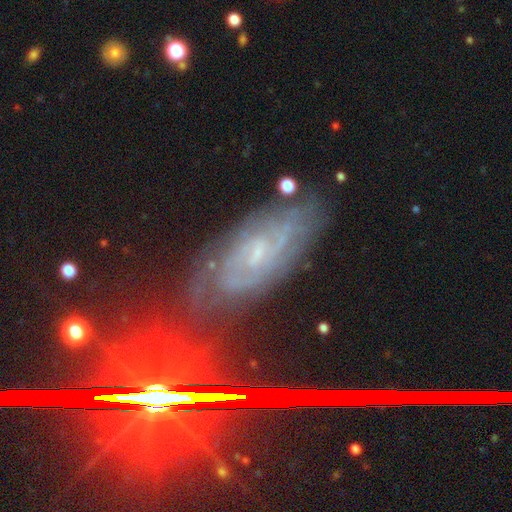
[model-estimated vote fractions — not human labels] featured or disk 65%, star or artifact 25%, smooth 11%. Down the decision tree: edge-on disk — no (82%); bar — no (65%); spiral arms — yes (90%); bulge size — small (72%); merging — none (77%).